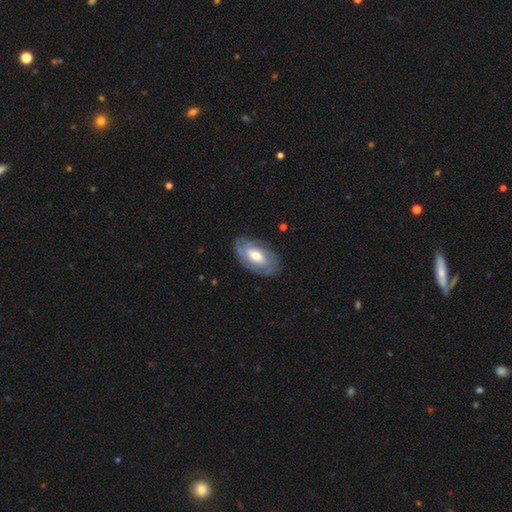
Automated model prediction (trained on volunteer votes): The model was most divided on "bar": no: 47%, weak: 40%, strong: 13%. More confident: edge-on disk — no (91%); merging — none (78%); spiral arms — yes (67%); bulge size — moderate (62%); smooth or featured — featured or disk (59%).